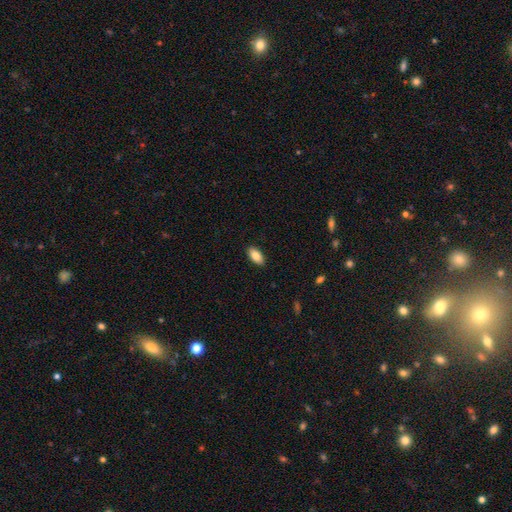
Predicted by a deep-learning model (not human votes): smooth-or-featured: smooth: 84% | featured or disk: 9% | star or artifact: 7%
  how-rounded: in between: 92% | cigar-shaped: 6% | round: 3%
  merging: none: 89% | minor disturbance: 8% | major disturbance: 2% | merger: 1%